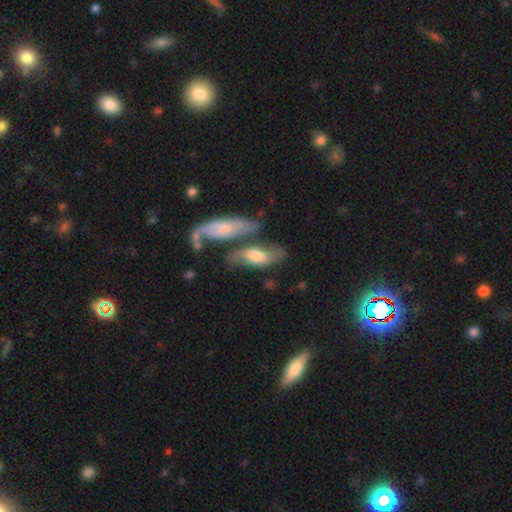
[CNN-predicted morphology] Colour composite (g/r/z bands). It shows a smooth galaxy with no disk features (48%). Merging: none (42%).